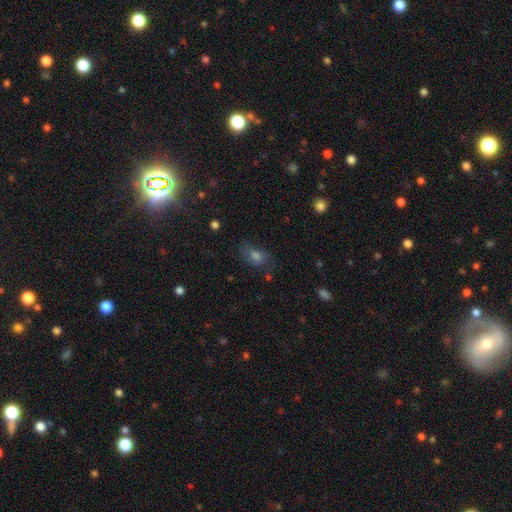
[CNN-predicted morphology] Smooth or featured: smooth — 56% (star or artifact — 26%)
How rounded: in between — 69% (round — 28%)
Merging: none — 64% (minor disturbance — 22%)